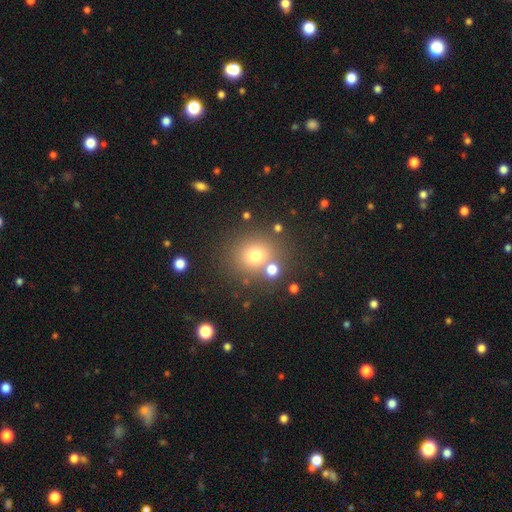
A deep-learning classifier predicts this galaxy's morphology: Smooth or featured: smooth — 70% (star or artifact — 18%)
How rounded: round — 85% (in between — 15%)
Merging: none — 75% (merger — 11%)